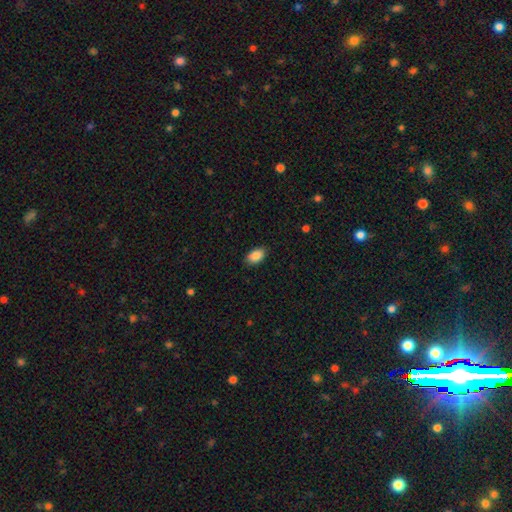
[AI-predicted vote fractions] smooth 87%, star or artifact 7%, featured or disk 5%. Down the decision tree: how rounded — in between (92%); merging — none (87%).